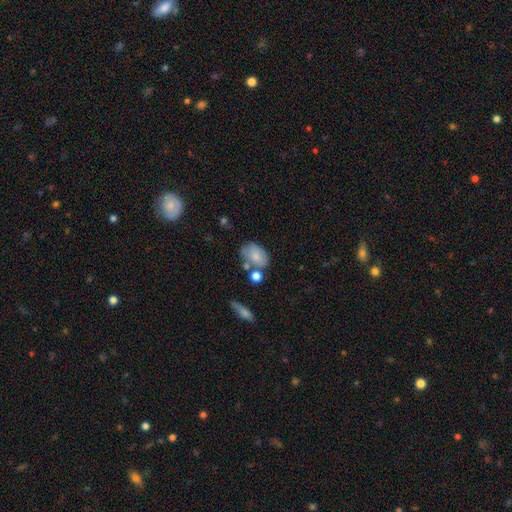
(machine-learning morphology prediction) smooth_or_featured: smooth (p=0.72) [alt: featured or disk p=0.20]
how_rounded: in between (p=0.80) [alt: round p=0.18]
merging: none (p=0.52) [alt: minor disturbance p=0.22]